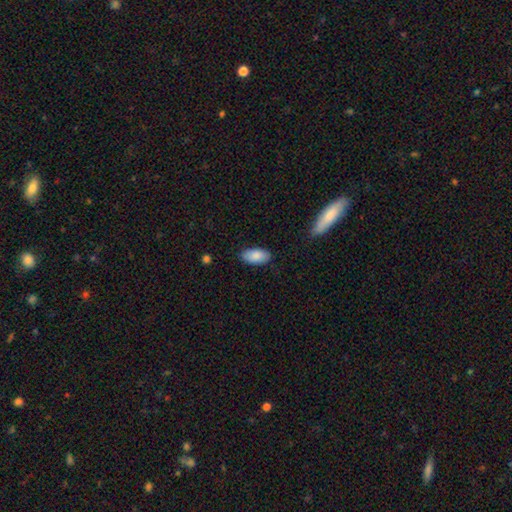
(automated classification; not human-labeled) This is clearly a smooth galaxy (86%). How rounded: clearly in between (94%). Merging: clearly none (85%).